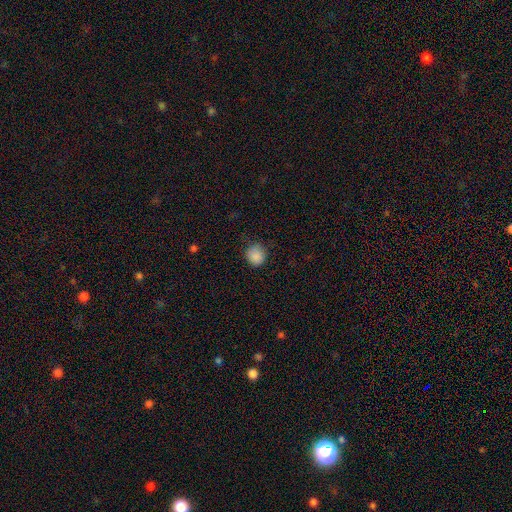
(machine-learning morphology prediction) The model was most divided on "merging": none: 77%, minor disturbance: 18%, major disturbance: 4%, merger: 1%. More confident: smooth or featured — smooth (88%); how rounded — round (83%).